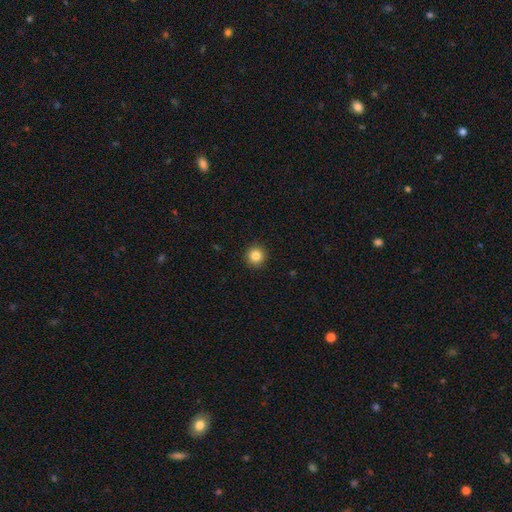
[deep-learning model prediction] Smooth or featured? Predicted: smooth (p=0.85). How rounded? Predicted: round (p=0.95). Merging? Predicted: none (p=0.92).